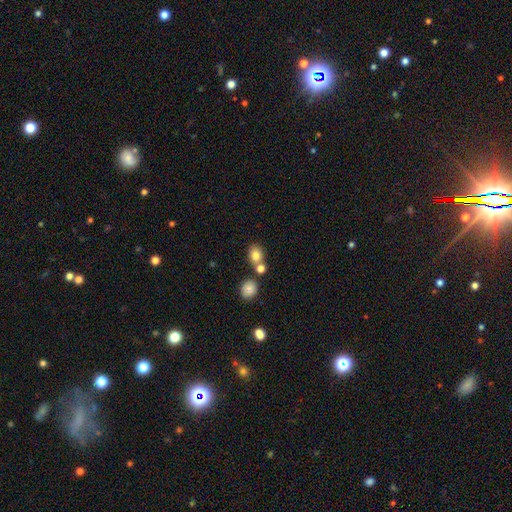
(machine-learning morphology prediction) Smooth or featured: smooth — 80% (star or artifact — 11%)
How rounded: round — 51% (in between — 48%)
Merging: none — 57% (merger — 30%)